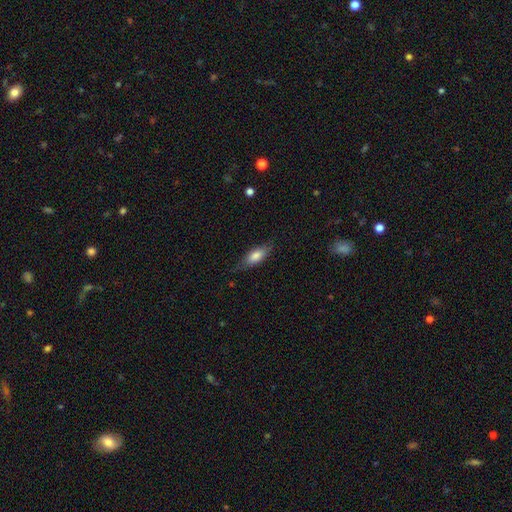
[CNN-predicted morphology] Smooth or featured?
  - smooth: 75% *
  - featured or disk: 19%
  - star or artifact: 6%
How rounded?
  - in between: 71% *
  - cigar-shaped: 26%
  - round: 3%
Merging?
  - none: 73% *
  - minor disturbance: 21%
  - major disturbance: 5%
  - merger: 1%